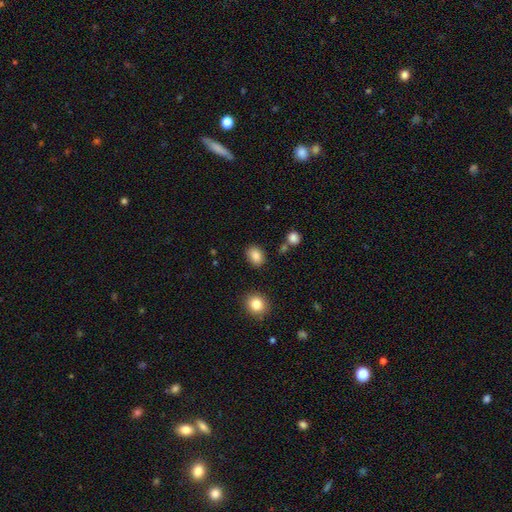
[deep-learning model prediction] smooth-or-featured: smooth: 85% | star or artifact: 9% | featured or disk: 5%
  how-rounded: in between: 64% | round: 34% | cigar-shaped: 1%
  merging: none: 85% | minor disturbance: 9% | merger: 3% | major disturbance: 3%